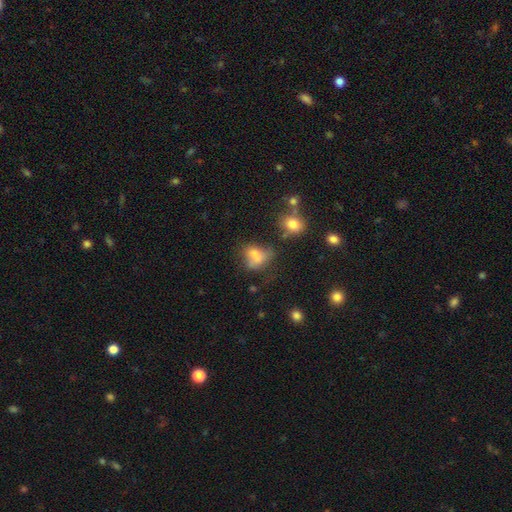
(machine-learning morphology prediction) A smooth galaxy with no disk features (65%) that is in between round and cigar-shaped (66%). Merging: none (32%).